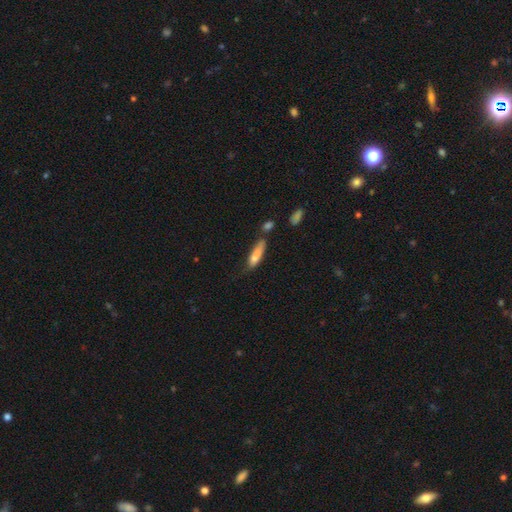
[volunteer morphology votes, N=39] type=smooth (72%); roundness=cigar-shaped (79%); merging=minor disturbance (47%).